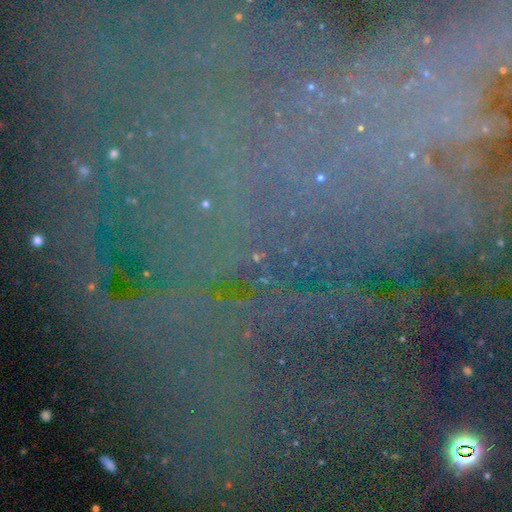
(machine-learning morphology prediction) Smooth or featured: star or artifact — 83% (featured or disk — 9%)